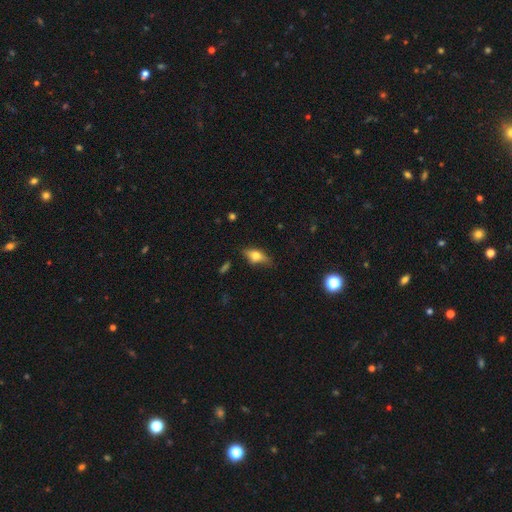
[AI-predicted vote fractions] Smooth or featured? smooth (58%)
How rounded? in between (74%)
Merging? none (70%)